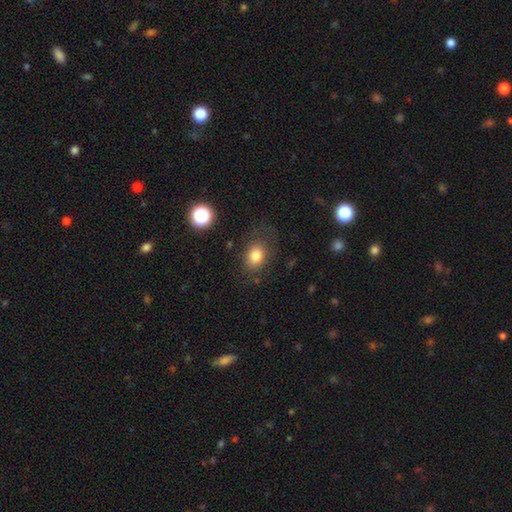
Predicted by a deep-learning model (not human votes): smooth-or-featured: smooth: 80% | star or artifact: 11% | featured or disk: 9%
  how-rounded: in between: 59% | round: 40% | cigar-shaped: 1%
  merging: none: 67% | minor disturbance: 19% | major disturbance: 11% | merger: 2%